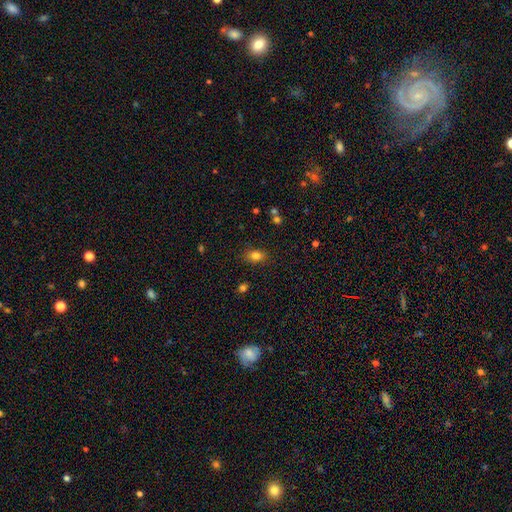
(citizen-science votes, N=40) smooth_or_featured: smooth (p=0.90) [alt: featured or disk p=0.05]
how_rounded: in between (p=0.86) [alt: round p=0.14]
merging: none (p=0.84) [alt: minor disturbance p=0.16]